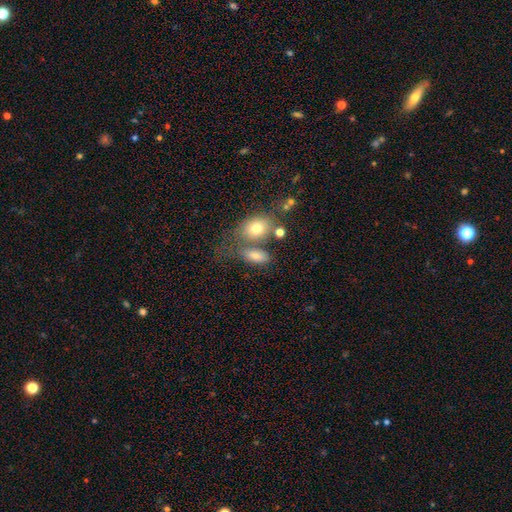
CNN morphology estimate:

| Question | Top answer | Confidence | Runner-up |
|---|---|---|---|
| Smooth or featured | smooth | 76% | featured or disk (14%) |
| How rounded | in between | 83% | round (10%) |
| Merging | none | 48% | merger (28%) |